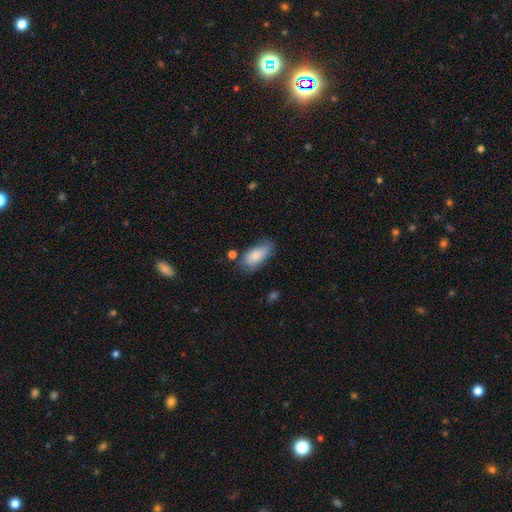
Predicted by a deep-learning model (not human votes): Smooth or featured? smooth (80%)
How rounded? in between (90%)
Merging? none (56%)